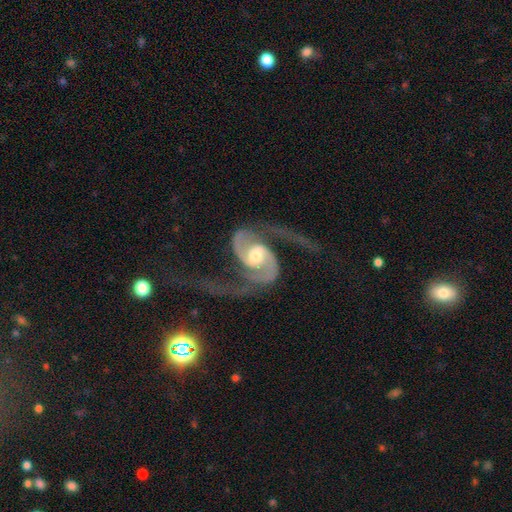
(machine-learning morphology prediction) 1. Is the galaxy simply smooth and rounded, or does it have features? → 94% featured or disk, 3% star or artifact, 3% smooth.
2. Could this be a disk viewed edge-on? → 98% no, 2% yes.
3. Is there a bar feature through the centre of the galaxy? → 43% weak, 38% no, 19% strong.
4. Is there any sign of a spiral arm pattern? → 98% yes, 2% no.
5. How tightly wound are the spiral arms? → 52% loose, 37% medium, 11% tight.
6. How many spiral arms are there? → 94% 2, 1% can't tell, 1% 1, 1% 3, 1% 4, 1% more than 4.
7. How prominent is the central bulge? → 73% moderate, 15% small, 9% large, 1% none, 1% dominant.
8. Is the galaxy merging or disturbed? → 54% none, 29% major disturbance, 14% minor disturbance, 3% merger.